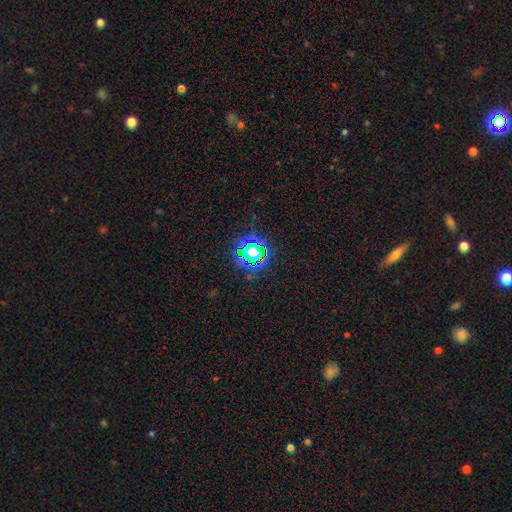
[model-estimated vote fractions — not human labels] Smooth or featured? Predicted: star or artifact (p=0.68).